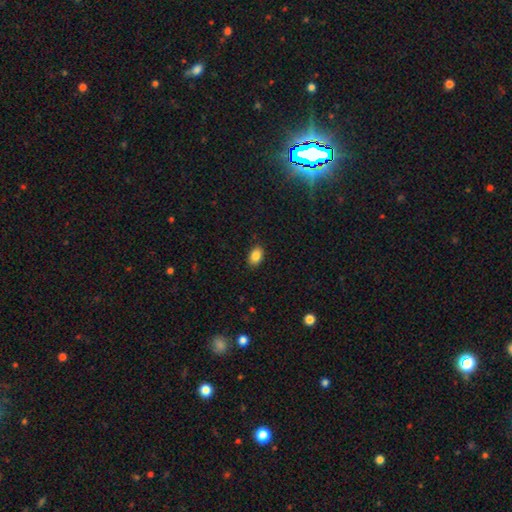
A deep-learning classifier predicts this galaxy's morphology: smooth_or_featured: smooth (p=0.86) [alt: star or artifact p=0.09]
how_rounded: in between (p=0.86) [alt: round p=0.13]
merging: none (p=0.87) [alt: minor disturbance p=0.10]